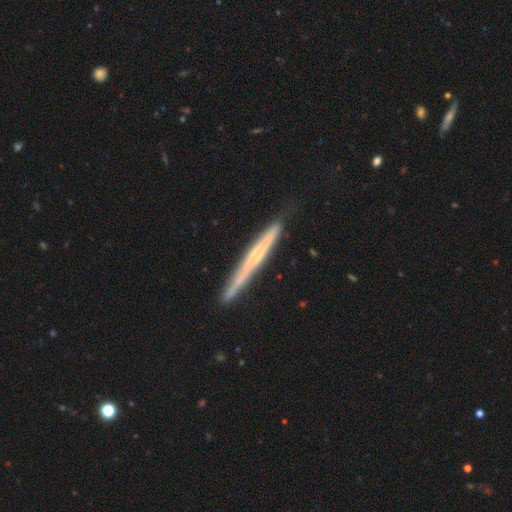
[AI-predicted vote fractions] Smooth or featured? Predicted: featured or disk (p=0.54). Edge-on disk? Predicted: yes (p=0.95). Edge-on bulge? Predicted: none (p=0.76). Merging? Predicted: none (p=0.81).